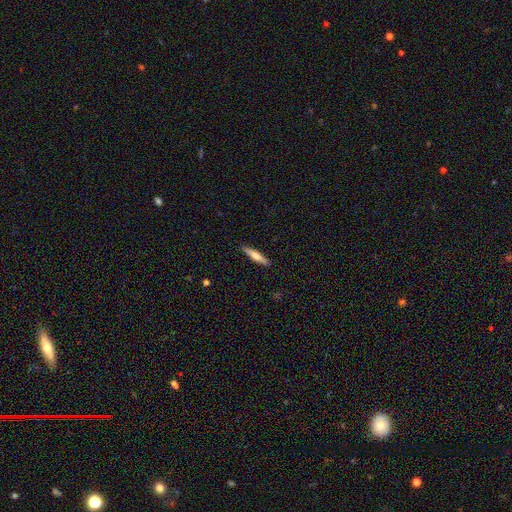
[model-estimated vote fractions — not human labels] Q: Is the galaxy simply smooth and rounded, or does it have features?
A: smooth — 56%.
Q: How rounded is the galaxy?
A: cigar-shaped — 87%.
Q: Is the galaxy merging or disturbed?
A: none — 91%.